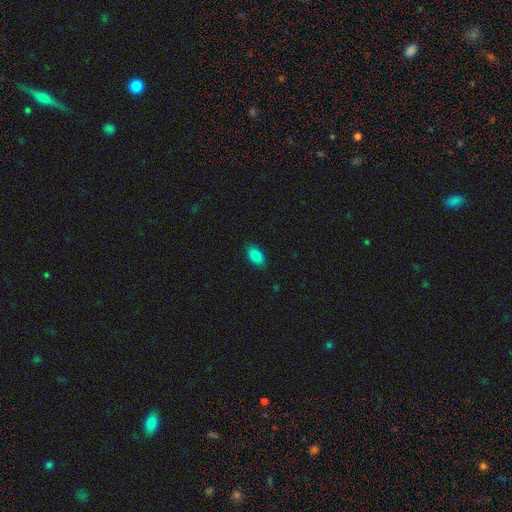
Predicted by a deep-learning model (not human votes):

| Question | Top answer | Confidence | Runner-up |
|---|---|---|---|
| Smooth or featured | smooth | 85% | star or artifact (8%) |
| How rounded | in between | 92% | round (5%) |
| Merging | none | 86% | minor disturbance (11%) |